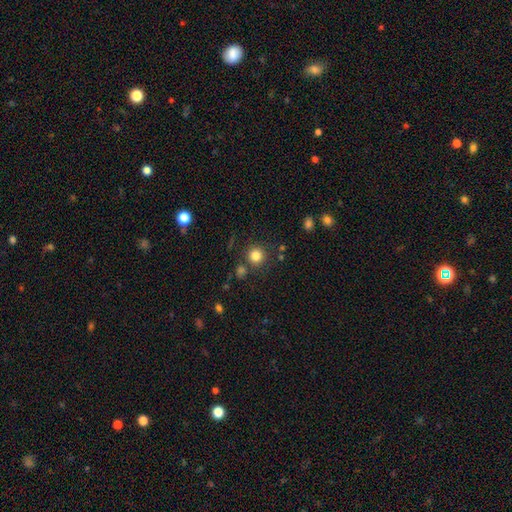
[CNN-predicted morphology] The model was most divided on "smooth or featured": smooth: 82%, star or artifact: 12%, featured or disk: 6%. More confident: how rounded — round (94%); merging — none (82%).